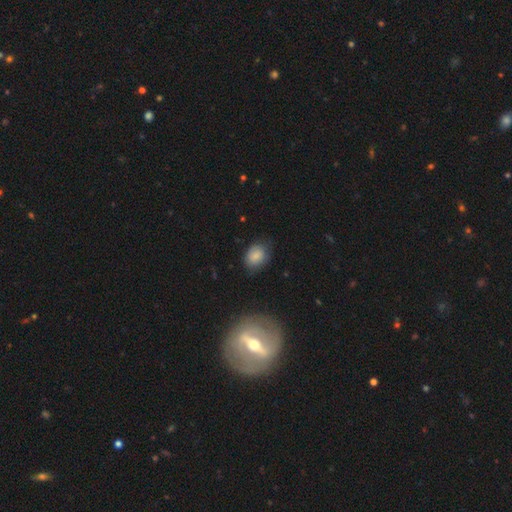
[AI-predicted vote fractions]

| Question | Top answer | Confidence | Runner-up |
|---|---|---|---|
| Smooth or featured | smooth | 82% | featured or disk (10%) |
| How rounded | in between | 63% | round (36%) |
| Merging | none | 70% | minor disturbance (23%) |